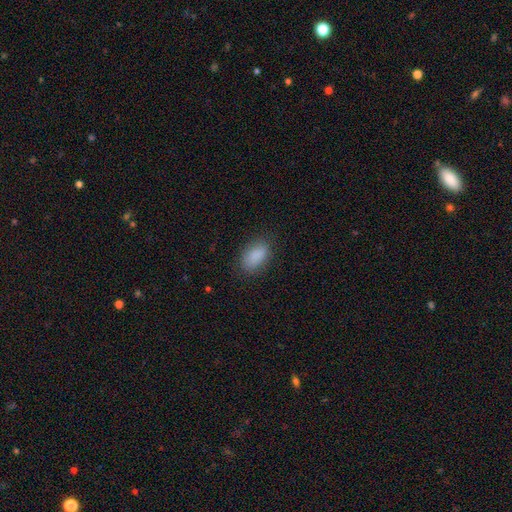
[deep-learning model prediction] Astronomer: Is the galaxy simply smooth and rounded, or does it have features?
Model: smooth — 88%.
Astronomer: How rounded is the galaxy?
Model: in between — 91%.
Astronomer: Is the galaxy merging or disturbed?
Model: none — 82%.